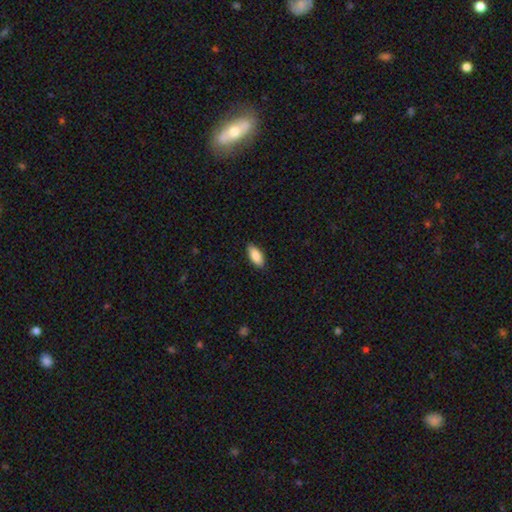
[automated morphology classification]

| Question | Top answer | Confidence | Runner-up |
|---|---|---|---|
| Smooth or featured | smooth | 87% | featured or disk (7%) |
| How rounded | in between | 89% | cigar-shaped (9%) |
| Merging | none | 88% | minor disturbance (9%) |